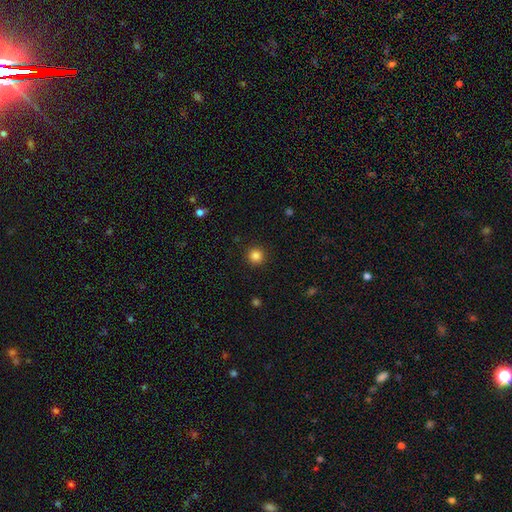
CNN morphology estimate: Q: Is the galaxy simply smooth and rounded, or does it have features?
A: smooth — 85%.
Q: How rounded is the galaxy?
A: round — 95%.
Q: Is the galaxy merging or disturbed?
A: none — 92%.